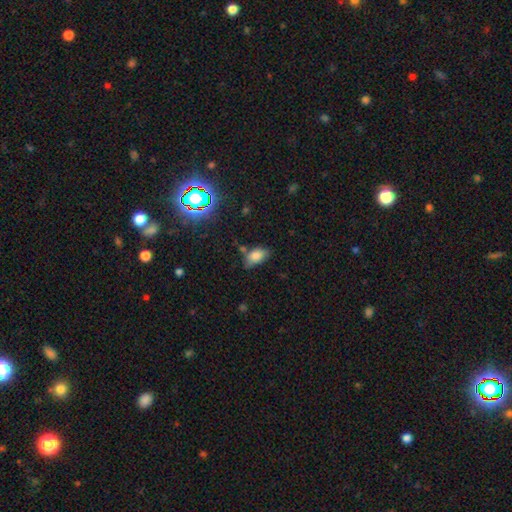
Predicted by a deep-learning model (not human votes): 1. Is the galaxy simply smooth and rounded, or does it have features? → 79% smooth, 12% star or artifact, 9% featured or disk.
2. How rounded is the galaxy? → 89% in between, 8% round, 3% cigar-shaped.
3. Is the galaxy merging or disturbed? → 59% none, 26% minor disturbance, 9% merger, 6% major disturbance.